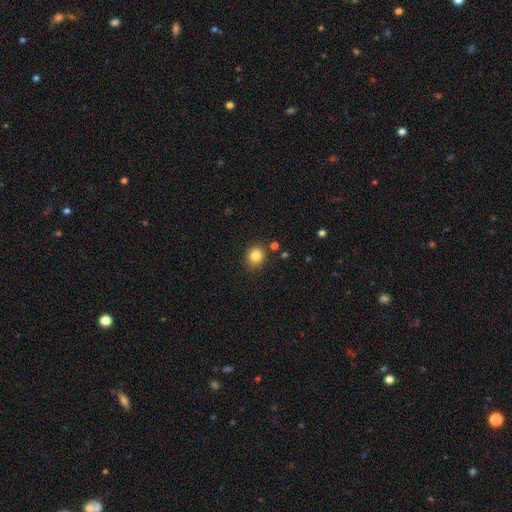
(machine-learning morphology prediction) smooth_or_featured: smooth (p=0.83) [alt: star or artifact p=0.11]
how_rounded: round (p=0.73) [alt: in between p=0.26]
merging: none (p=0.85) [alt: minor disturbance p=0.09]